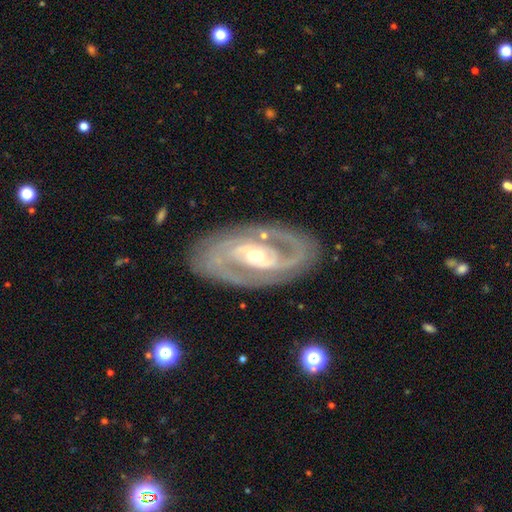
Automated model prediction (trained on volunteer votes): Smooth or featured? featured or disk (91%)
Edge-on disk? no (95%)
Bar? weak (38%)
Spiral arms? yes (95%)
Spiral winding? tight (57%)
Spiral arm count? 2 (76%)
Bulge size? moderate (68%)
Merging? none (82%)